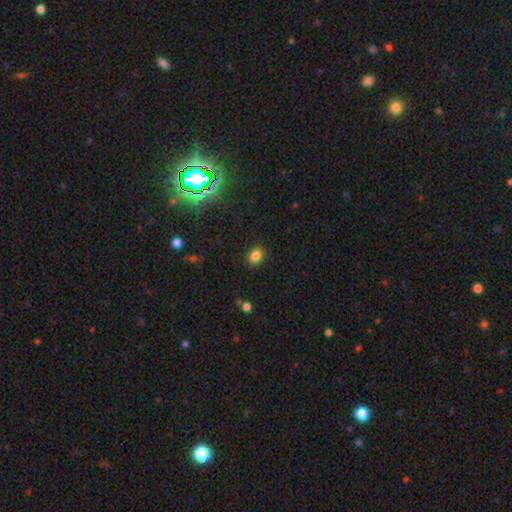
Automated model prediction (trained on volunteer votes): smooth 83%, star or artifact 12%, featured or disk 5%. Down the decision tree: how rounded — in between (57%); merging — none (87%).